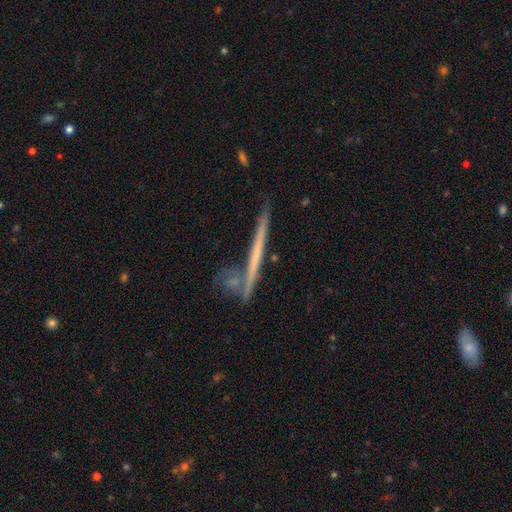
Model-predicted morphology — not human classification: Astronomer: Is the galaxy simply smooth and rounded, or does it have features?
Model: featured or disk — 55% (runner-up: smooth, 38%).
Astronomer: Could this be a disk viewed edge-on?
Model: yes — 95%.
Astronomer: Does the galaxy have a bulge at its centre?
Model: none — 88%.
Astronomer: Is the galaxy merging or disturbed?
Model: none — 74%.